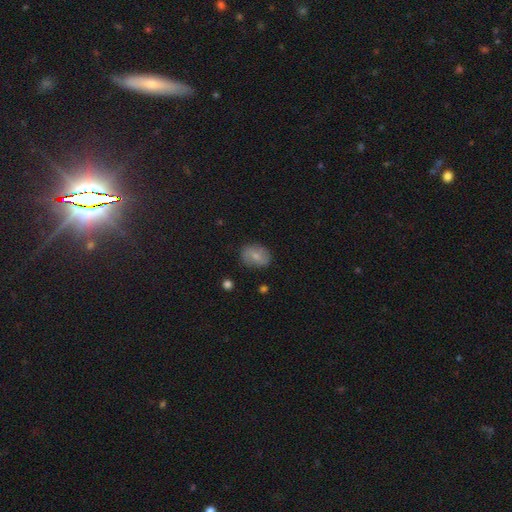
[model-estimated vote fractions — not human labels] Smooth or featured? Predicted: smooth (p=0.67). How rounded? Predicted: in between (p=0.68). Merging? Predicted: none (p=0.78).